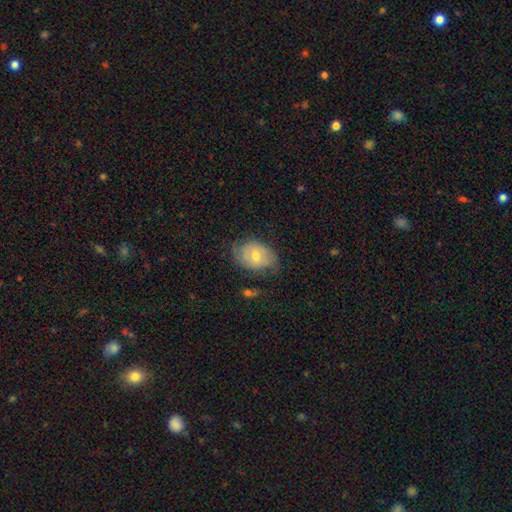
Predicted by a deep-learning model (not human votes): Q: Smooth or featured?
A: smooth (55%); runner-up: featured or disk (37%)
Q: How rounded?
A: in between (64%); runner-up: round (35%)
Q: Merging?
A: none (58%); runner-up: minor disturbance (29%)